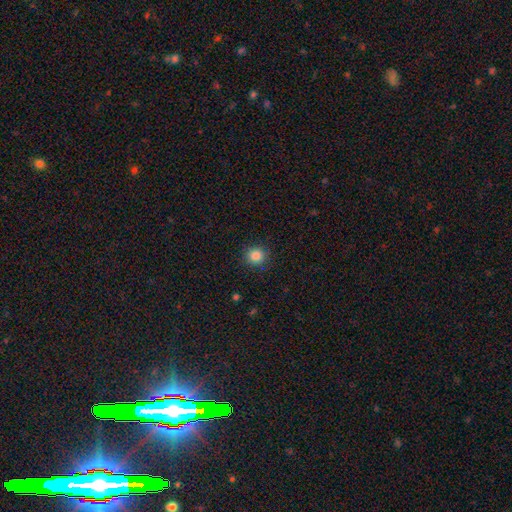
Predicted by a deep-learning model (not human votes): smooth_or_featured: smooth (p=0.85) [alt: star or artifact p=0.11]
how_rounded: round (p=0.91) [alt: in between p=0.08]
merging: none (p=0.90) [alt: minor disturbance p=0.07]